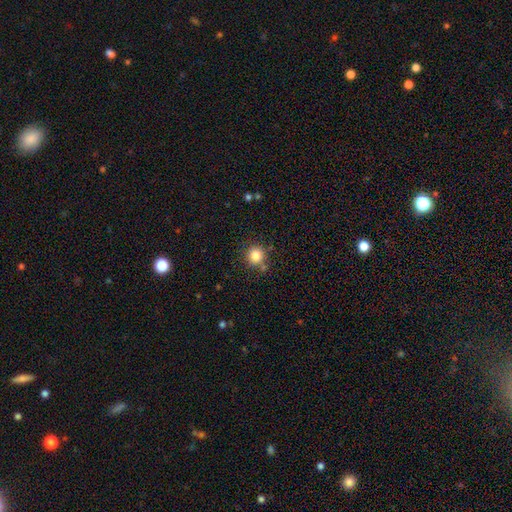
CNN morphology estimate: A smooth galaxy with no disk features (83%) that is round (91%).

Vote fractions:
- Smooth or featured? smooth: 83% / star or artifact: 11% / featured or disk: 6%
- How rounded? round: 91% / in between: 8% / cigar-shaped: 1%
- Merging? none: 78% / minor disturbance: 11% / merger: 7% / major disturbance: 3%